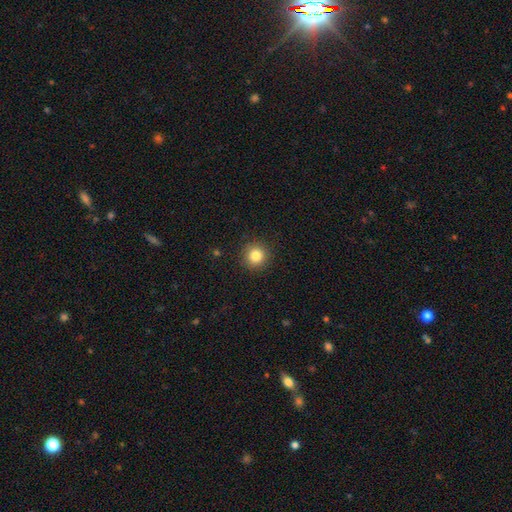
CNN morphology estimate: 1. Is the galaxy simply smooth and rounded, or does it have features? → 83% smooth, 11% star or artifact, 6% featured or disk.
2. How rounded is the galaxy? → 94% round, 5% in between, 1% cigar-shaped.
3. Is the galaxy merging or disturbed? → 91% none, 6% minor disturbance, 2% major disturbance, 1% merger.